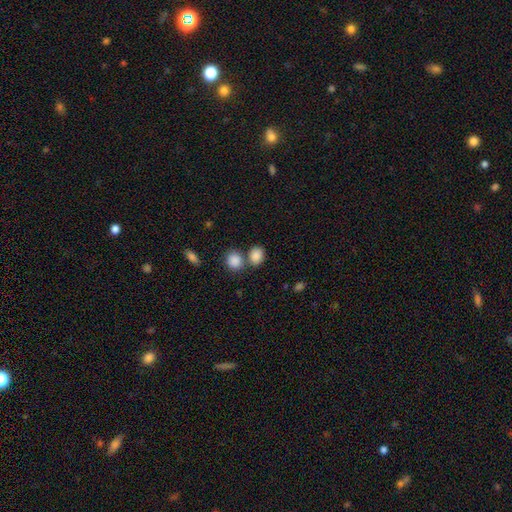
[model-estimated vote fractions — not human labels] The model was most divided on "how rounded": round: 52%, in between: 46%, cigar-shaped: 1%. More confident: smooth or featured — smooth (86%); merging — none (55%).